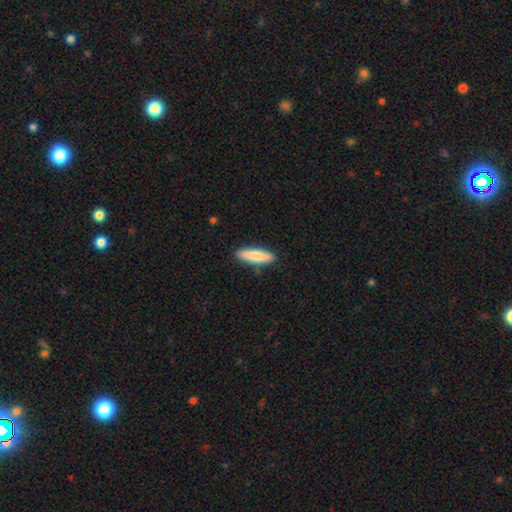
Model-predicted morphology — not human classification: This is clearly a smooth galaxy (82%). How rounded: likely cigar-shaped (73%). Merging: clearly none (88%).